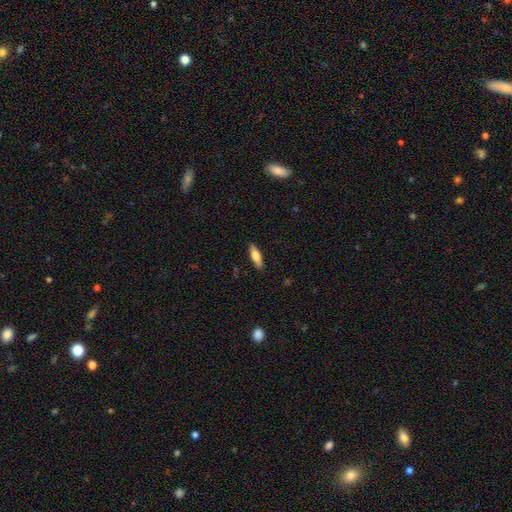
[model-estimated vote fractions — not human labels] Smooth or featured: smooth — 66% (featured or disk — 28%)
How rounded: cigar-shaped — 49% (tied with in between — 49%)
Merging: none — 89% (minor disturbance — 9%)